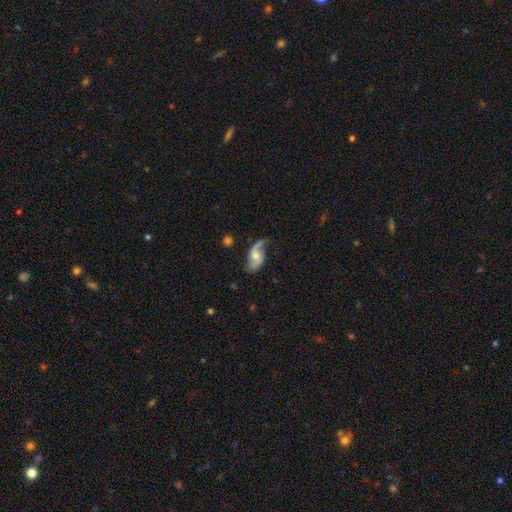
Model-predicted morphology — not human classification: featured or disk 73%, smooth 21%, star or artifact 6%. Down the decision tree: edge-on disk — no (95%); bar — no (58%); spiral arms — yes (91%); spiral arm count — 2 (78%); spiral winding — loose (71%); bulge size — moderate (61%); merging — none (57%).